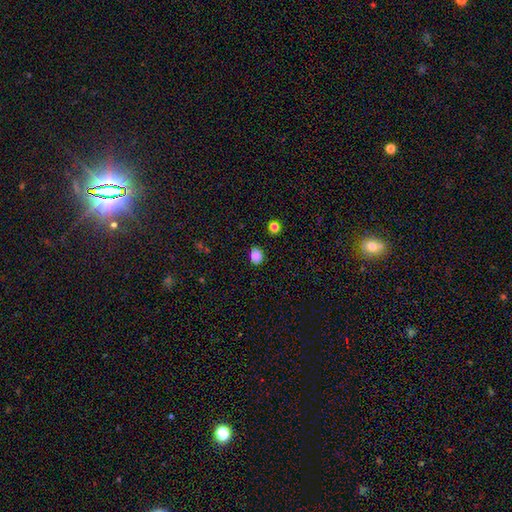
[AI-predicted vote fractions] Q: Smooth or featured?
A: smooth (85%); runner-up: star or artifact (12%)
Q: How rounded?
A: round (53%); runner-up: in between (46%)
Q: Merging?
A: none (84%); runner-up: minor disturbance (12%)